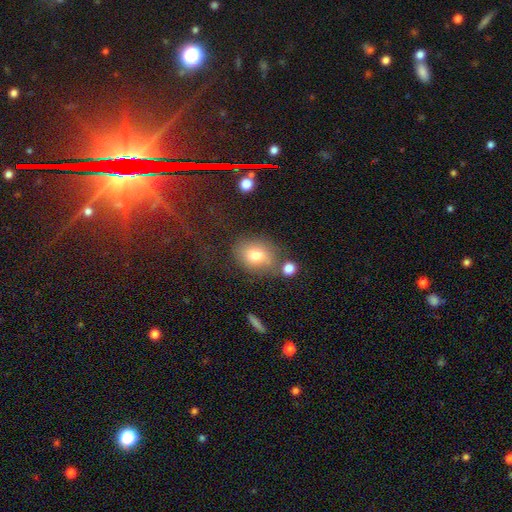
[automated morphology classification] smooth_or_featured: smooth (p=0.76) [alt: featured or disk p=0.14]
how_rounded: in between (p=0.64) [alt: round p=0.34]
merging: none (p=0.66) [alt: minor disturbance p=0.17]